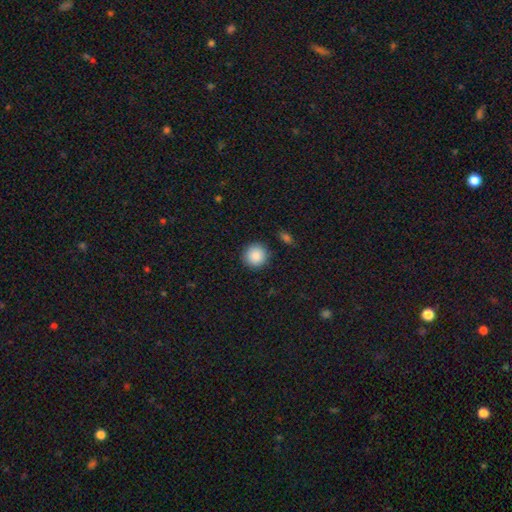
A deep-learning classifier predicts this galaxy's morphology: smooth 88%, star or artifact 8%, featured or disk 4%. Down the decision tree: how rounded — round (94%); merging — none (89%).